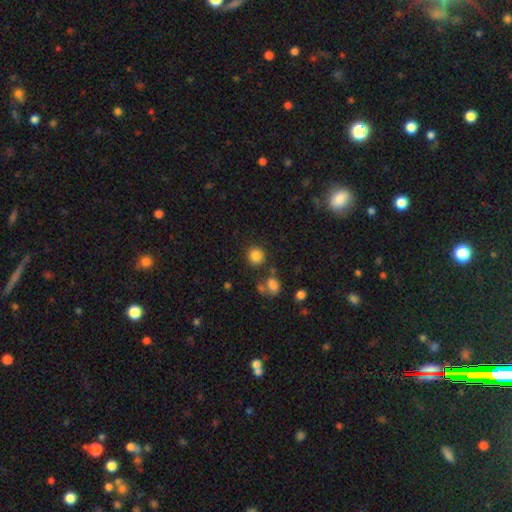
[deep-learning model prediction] smooth-or-featured: smooth: 84% | star or artifact: 11% | featured or disk: 5%
  how-rounded: round: 88% | in between: 11% | cigar-shaped: 1%
  merging: none: 81% | minor disturbance: 9% | merger: 7% | major disturbance: 4%